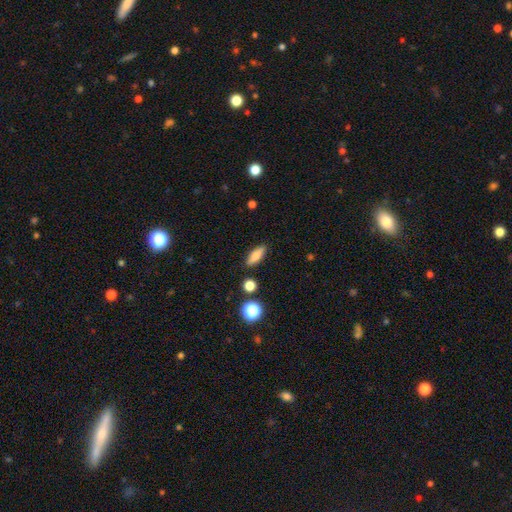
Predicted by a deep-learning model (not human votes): Smooth or featured: smooth — 74% (featured or disk — 17%)
How rounded: in between — 59% (cigar-shaped — 36%)
Merging: none — 87% (minor disturbance — 9%)